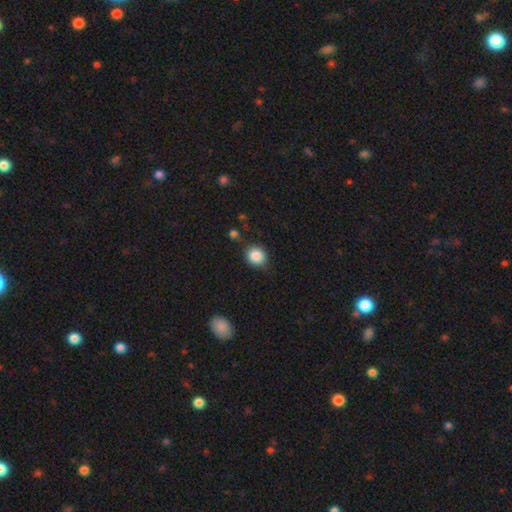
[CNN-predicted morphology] The model was most divided on "how rounded": round: 73%, in between: 26%, cigar-shaped: 1%. More confident: smooth or featured — smooth (86%); merging — none (76%).